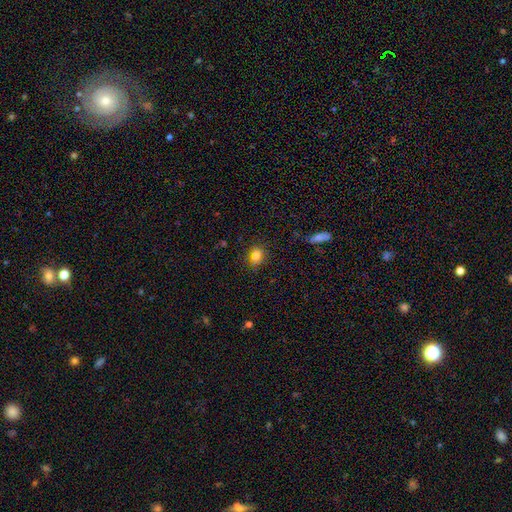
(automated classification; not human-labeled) The model was most divided on "how rounded": in between: 61%, round: 36%, cigar-shaped: 3%. More confident: smooth or featured — smooth (80%); merging — none (79%).